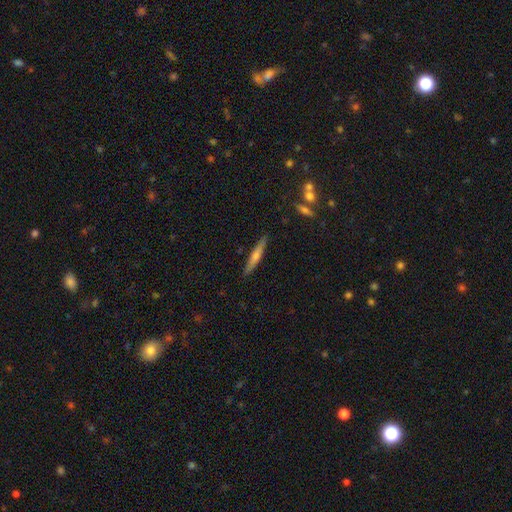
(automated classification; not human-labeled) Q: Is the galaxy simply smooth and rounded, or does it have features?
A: featured or disk — 58%.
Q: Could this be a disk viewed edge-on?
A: yes — 96%.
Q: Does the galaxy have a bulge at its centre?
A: rounded — 77%.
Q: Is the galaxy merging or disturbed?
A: none — 90%.